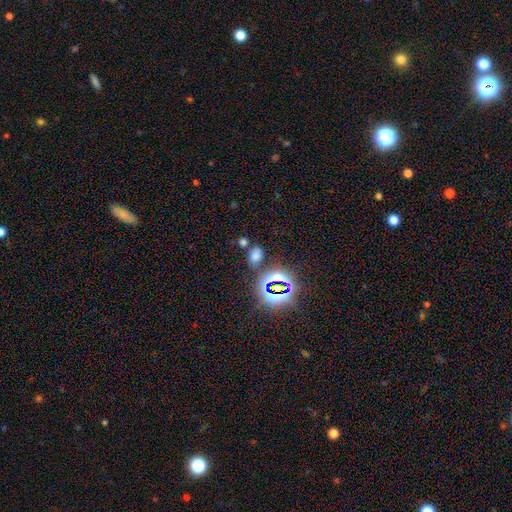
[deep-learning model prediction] Smooth or featured?
  - smooth: 56% *
  - star or artifact: 37%
  - featured or disk: 7%
How rounded?
  - in between: 77% *
  - round: 21%
  - cigar-shaped: 2%
Merging?
  - none: 67% *
  - minor disturbance: 14%
  - merger: 13%
  - major disturbance: 6%